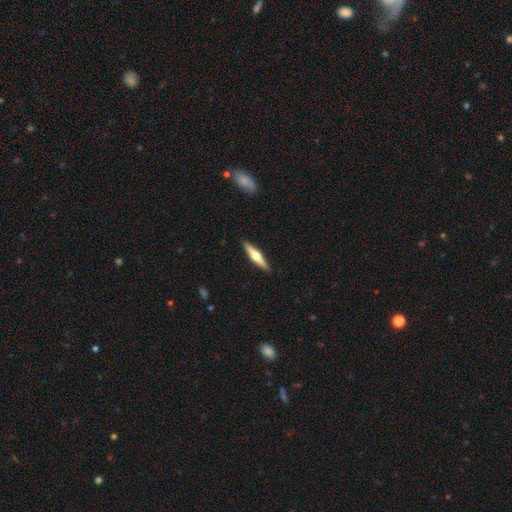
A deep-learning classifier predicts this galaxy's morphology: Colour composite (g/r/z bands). It shows a featured or disk galaxy (57%) viewed edge-on (96%) with a rounded central bulge (93%). Merging: none (91%).